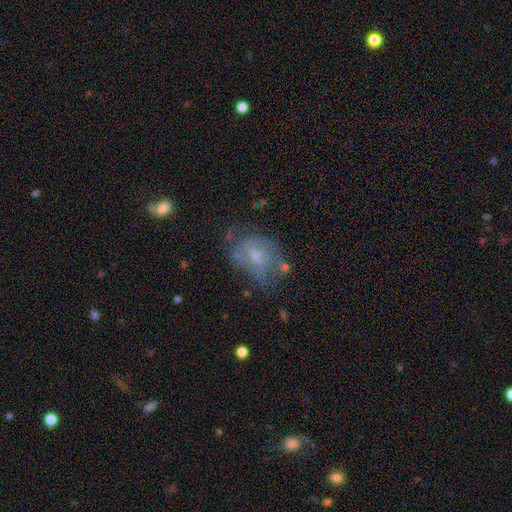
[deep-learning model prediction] smooth_or_featured: featured or disk (p=0.62) [alt: smooth p=0.26]
disk_edge_on: no (p=0.96) [alt: yes p=0.04]
bar: no (p=0.53) [alt: weak p=0.40]
has_spiral_arms: yes (p=0.69) [alt: no p=0.31]
bulge_size: small (p=0.53) [alt: moderate p=0.35]
merging: none (p=0.54) [alt: minor disturbance p=0.25]